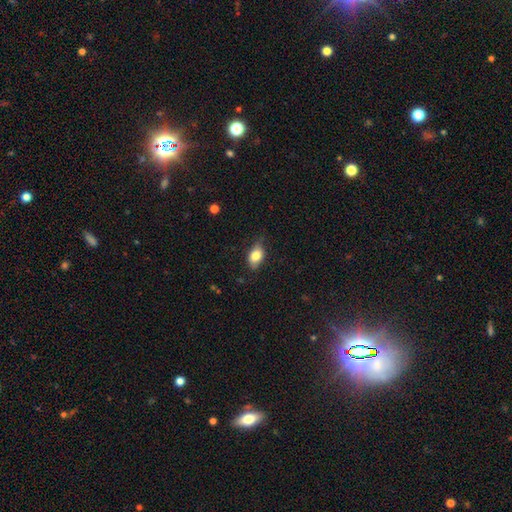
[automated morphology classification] The model was most divided on "merging": none: 74%, minor disturbance: 21%, major disturbance: 4%, merger: 1%. More confident: how rounded — in between (83%); smooth or featured — smooth (76%).